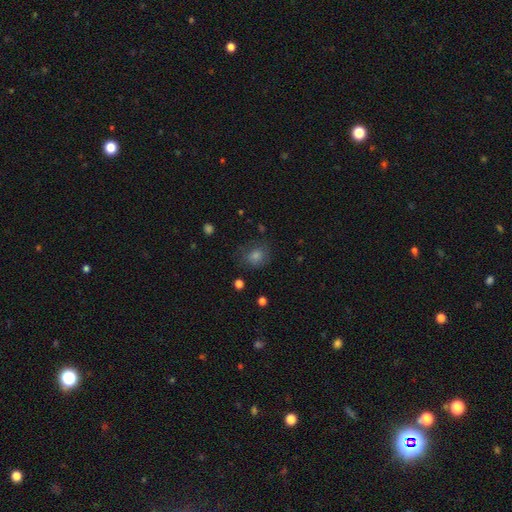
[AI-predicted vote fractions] smooth 62%, star or artifact 22%, featured or disk 16%. Down the decision tree: how rounded — round (68%); merging — none (72%).